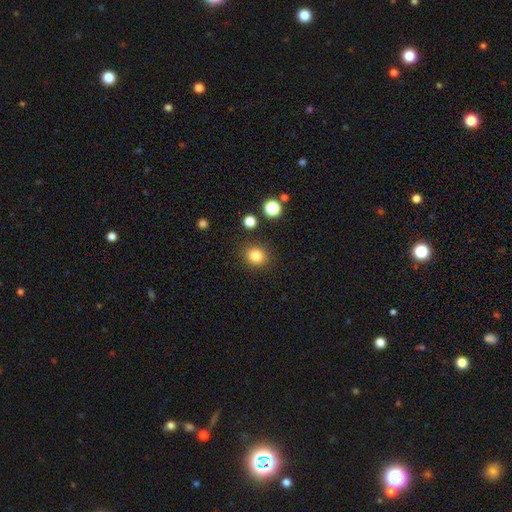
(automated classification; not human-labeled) smooth 83%, star or artifact 12%, featured or disk 5%. Down the decision tree: how rounded — round (81%); merging — none (88%).